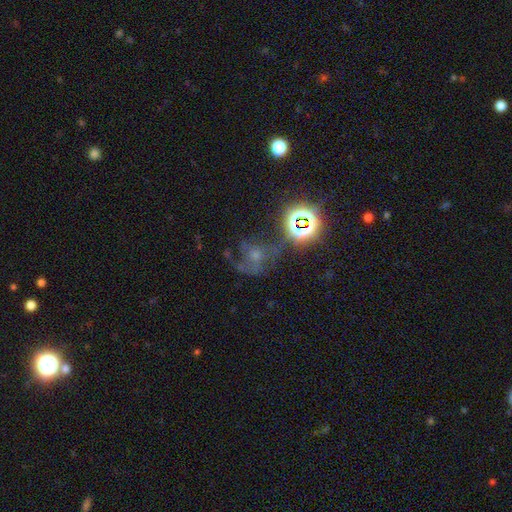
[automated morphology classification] Smooth or featured? star or artifact (37%)